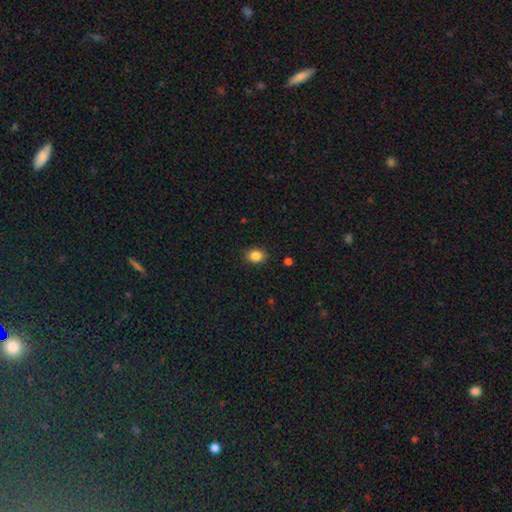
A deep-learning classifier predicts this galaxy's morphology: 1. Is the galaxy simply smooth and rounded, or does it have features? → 85% smooth, 10% star or artifact, 5% featured or disk.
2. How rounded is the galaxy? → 57% in between, 42% round, 1% cigar-shaped.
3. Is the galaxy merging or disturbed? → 89% none, 8% minor disturbance, 2% major disturbance, 1% merger.